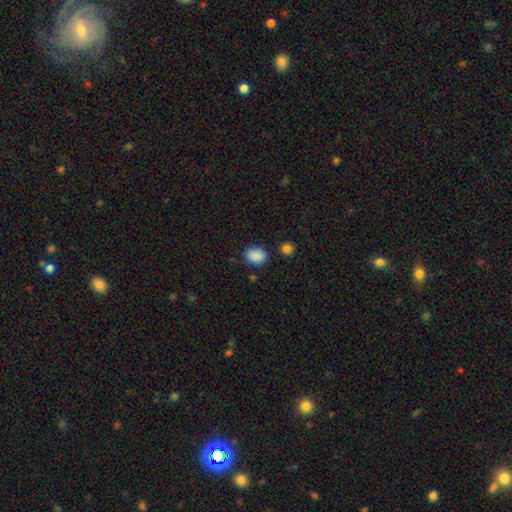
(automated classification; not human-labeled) A smooth galaxy with no disk features (88%) that is in between round and cigar-shaped (60%).

Vote fractions:
- Smooth or featured? smooth: 88% / star or artifact: 9% / featured or disk: 4%
- How rounded? in between: 60% / round: 39% / cigar-shaped: 1%
- Merging? none: 80% / minor disturbance: 13% / merger: 4% / major disturbance: 3%